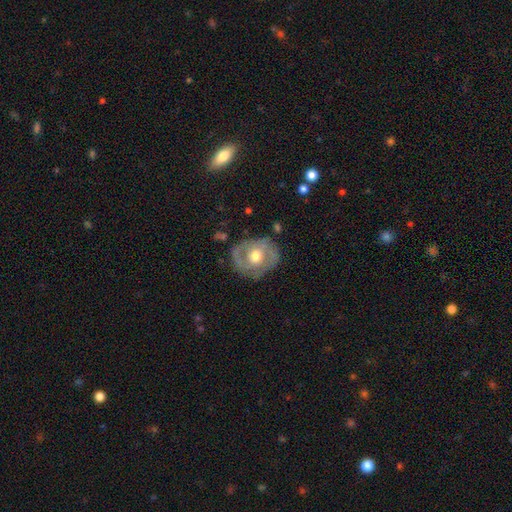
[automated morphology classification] Overall: featured or disk (65%; smooth 30%). Edge-on disk: no (96%). Bar: no (75%). Spiral arms: yes (61%; no 39%). Bulge size: moderate (73%). Merging: none (72%).